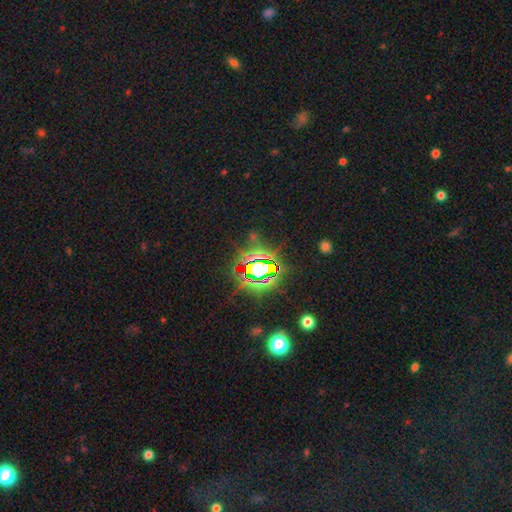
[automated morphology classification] type=star or artifact (82%).